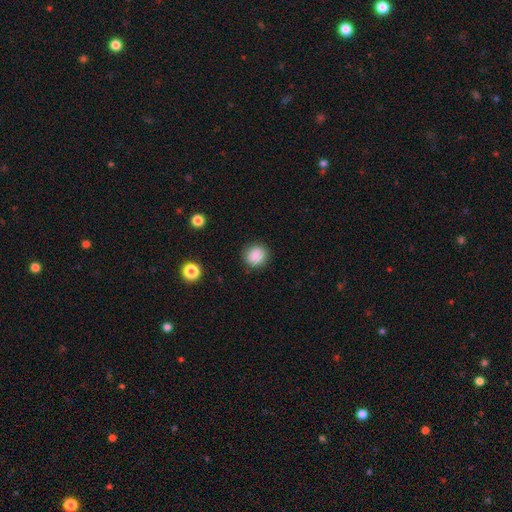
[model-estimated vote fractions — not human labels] Smooth or featured? smooth (88%)
How rounded? round (84%)
Merging? none (87%)